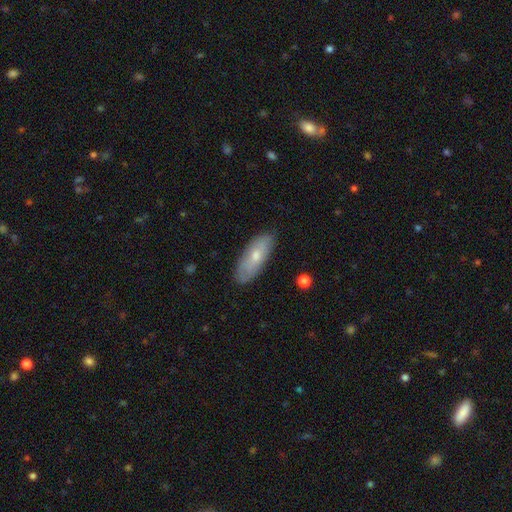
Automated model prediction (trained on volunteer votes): Smooth or featured?
  - smooth: 62% *
  - featured or disk: 32%
  - star or artifact: 7%
How rounded?
  - in between: 73% *
  - cigar-shaped: 24%
  - round: 2%
Merging?
  - none: 84% *
  - minor disturbance: 12%
  - major disturbance: 2%
  - merger: 1%